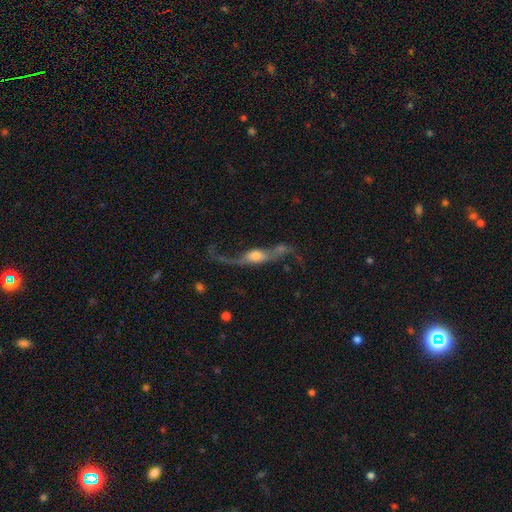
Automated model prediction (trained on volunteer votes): Q: Smooth or featured?
A: featured or disk (75%); runner-up: smooth (18%)
Q: Edge-on disk?
A: no (62%); runner-up: yes (38%)
Q: Merging?
A: none (41%); runner-up: major disturbance (32%)